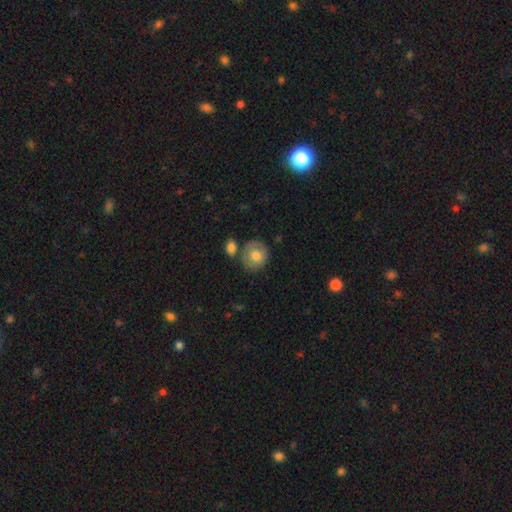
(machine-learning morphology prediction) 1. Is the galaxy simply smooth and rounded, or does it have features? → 75% smooth, 18% featured or disk, 7% star or artifact.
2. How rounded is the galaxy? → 79% round, 20% in between, 1% cigar-shaped.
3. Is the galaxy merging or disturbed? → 66% none, 16% minor disturbance, 14% merger, 4% major disturbance.